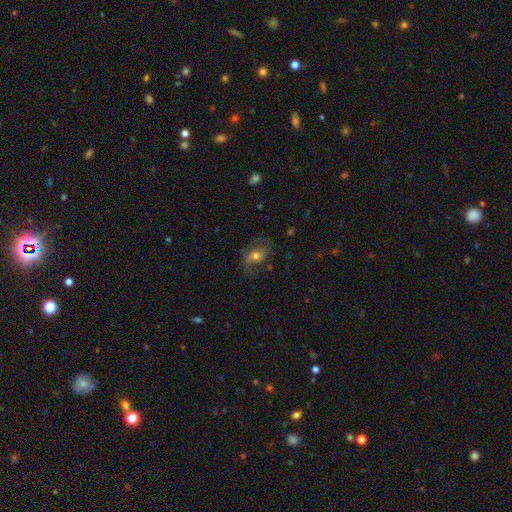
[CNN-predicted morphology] featured or disk 61%, smooth 28%, star or artifact 11%. Down the decision tree: edge-on disk — no (95%); bar — no (55%); spiral arms — yes (85%); bulge size — moderate (61%); merging — none (69%).